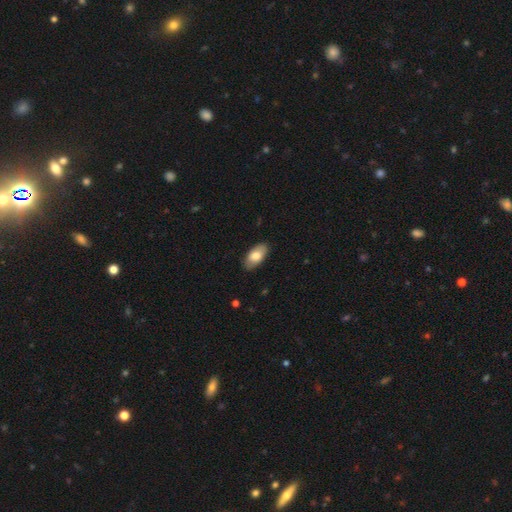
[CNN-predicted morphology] smooth_or_featured: smooth (p=0.78) [alt: featured or disk p=0.16]
how_rounded: in between (p=0.94) [alt: cigar-shaped p=0.03]
merging: none (p=0.87) [alt: minor disturbance p=0.10]